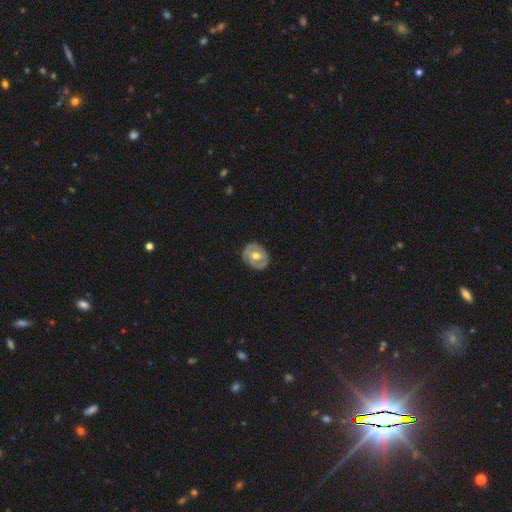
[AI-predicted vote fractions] smooth-or-featured: featured or disk: 65% | smooth: 30% | star or artifact: 5%
  disk-edge-on: no: 96% | yes: 4%
    bar: no: 62% | weak: 30% | strong: 8%
    has-spiral-arms: yes: 68% | no: 32%
    bulge-size: moderate: 79% | small: 11% | large: 8% | none: 1% | dominant: 1%
  merging: none: 80% | minor disturbance: 15% | major disturbance: 4% | merger: 1%